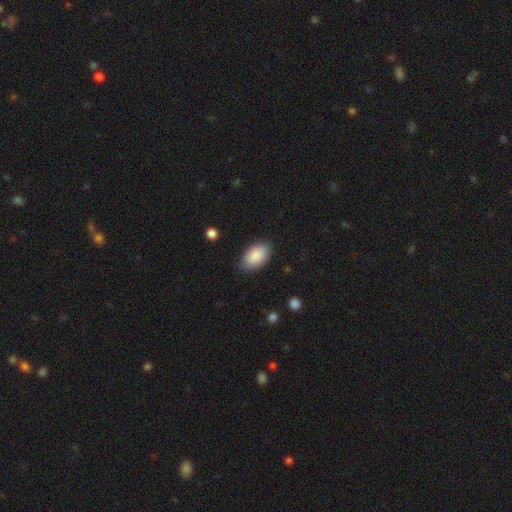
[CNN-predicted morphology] smooth_or_featured: smooth (p=0.89) [alt: star or artifact p=0.06]
how_rounded: in between (p=0.94) [alt: round p=0.05]
merging: none (p=0.83) [alt: minor disturbance p=0.13]